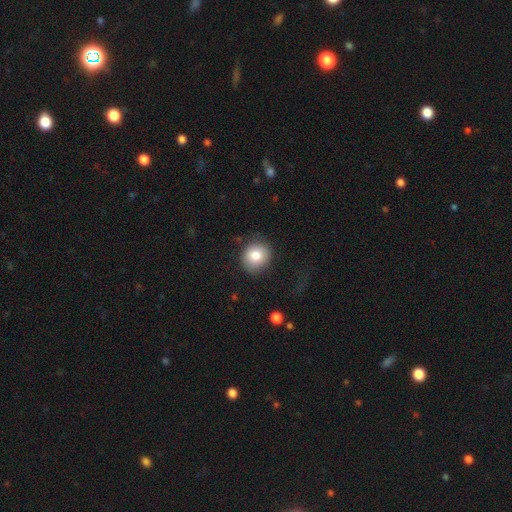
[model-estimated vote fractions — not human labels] A smooth galaxy with no disk features (82%) that is round (79%).

Vote fractions:
- Smooth or featured? smooth: 82% / featured or disk: 9% / star or artifact: 8%
- How rounded? round: 79% / in between: 20% / cigar-shaped: 1%
- Merging? none: 81% / minor disturbance: 13% / major disturbance: 5% / merger: 1%